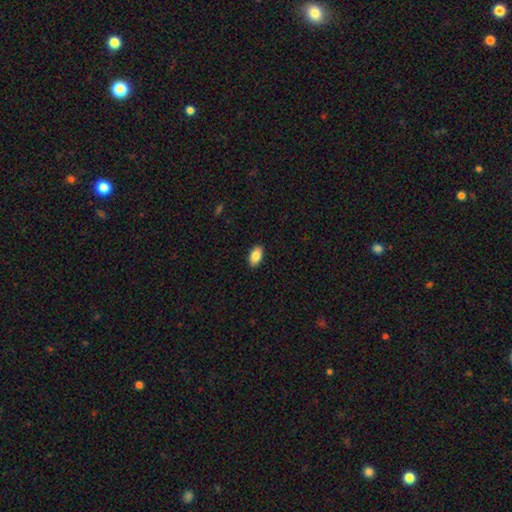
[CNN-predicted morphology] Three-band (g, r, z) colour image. It shows a smooth galaxy with no disk features (86%) that is in between round and cigar-shaped (93%). Merging: none (90%).